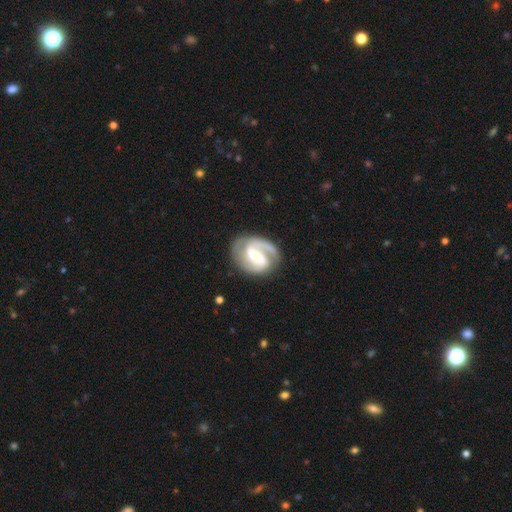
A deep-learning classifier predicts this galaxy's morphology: This appears to be a featured or disk galaxy (86%) with a weak bar (44%), 2 (77%) medium (50%) spiral arms (96%) and a small central bulge (46%). Merging: none (72%).